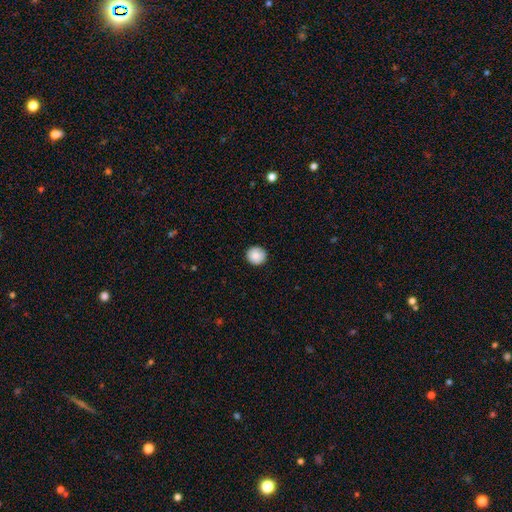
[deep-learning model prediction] Smooth or featured?
  - smooth: 87% *
  - star or artifact: 8%
  - featured or disk: 5%
How rounded?
  - round: 95% *
  - in between: 4%
  - cigar-shaped: 1%
Merging?
  - none: 92% *
  - minor disturbance: 6%
  - major disturbance: 2%
  - merger: 1%